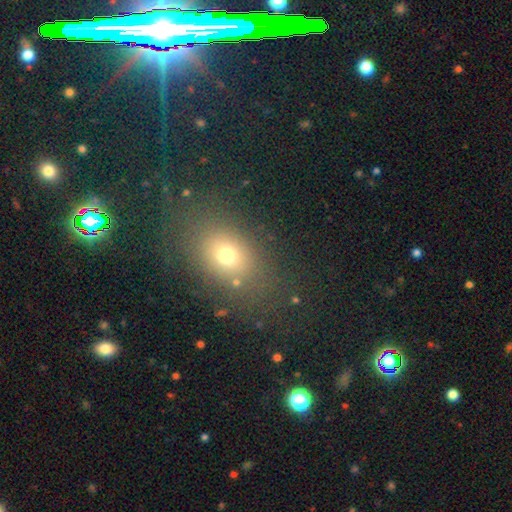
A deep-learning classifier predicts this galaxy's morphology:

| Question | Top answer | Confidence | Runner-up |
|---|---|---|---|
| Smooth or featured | smooth | 55% | star or artifact (33%) |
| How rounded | in between | 55% | round (42%) |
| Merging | none | 82% | minor disturbance (10%) |